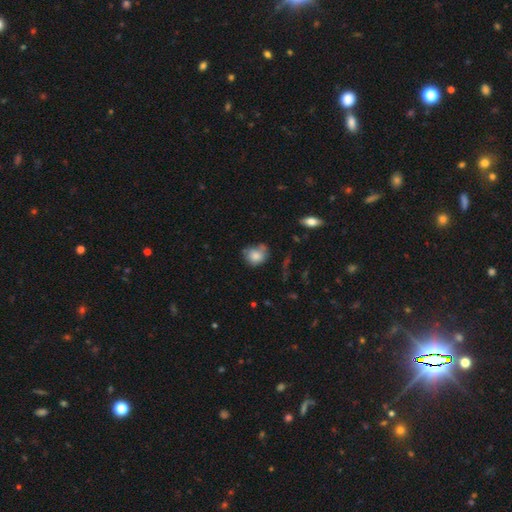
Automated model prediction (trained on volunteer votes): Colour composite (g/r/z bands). It shows a smooth galaxy with no disk features (79%) that is round (69%). Merging: none (50%).